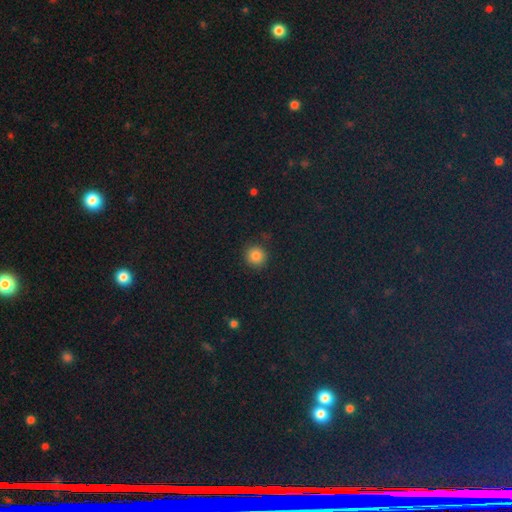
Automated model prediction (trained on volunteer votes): A smooth galaxy with no disk features (83%) that is round (94%). Merging: none (91%).